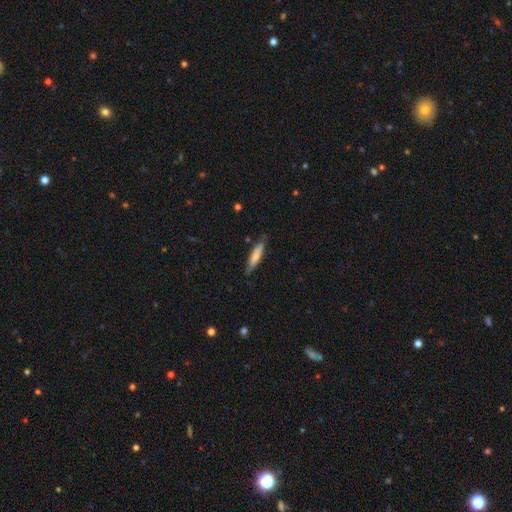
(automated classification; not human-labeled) A smooth galaxy with no disk features (68%) that is cigar-shaped (81%). Merging: none (79%).